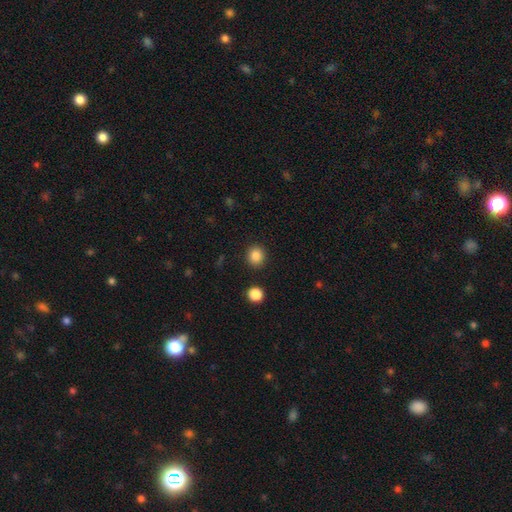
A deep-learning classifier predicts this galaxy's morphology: smooth 86%, star or artifact 10%, featured or disk 4%. Down the decision tree: how rounded — round (86%); merging — none (90%).